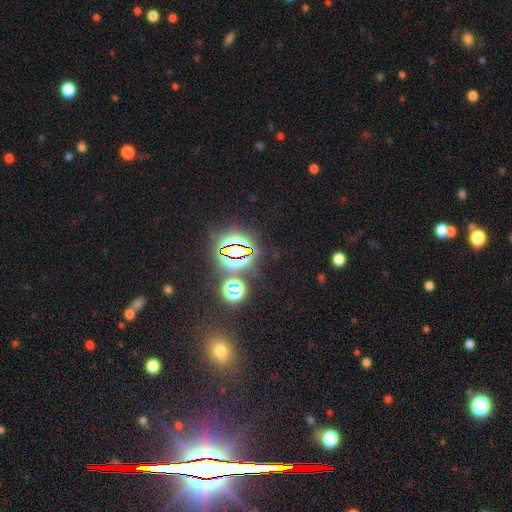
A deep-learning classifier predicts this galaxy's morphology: smooth-or-featured: star or artifact: 82% | smooth: 11% | featured or disk: 7%